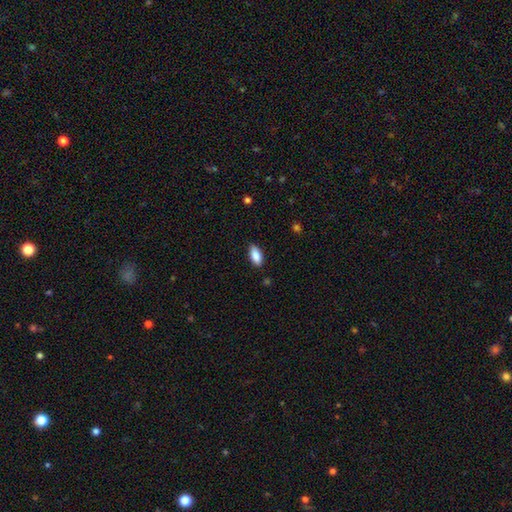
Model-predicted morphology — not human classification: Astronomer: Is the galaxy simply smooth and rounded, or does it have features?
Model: smooth — 88%.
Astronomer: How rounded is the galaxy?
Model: in between — 88%.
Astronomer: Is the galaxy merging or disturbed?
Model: none — 85%.